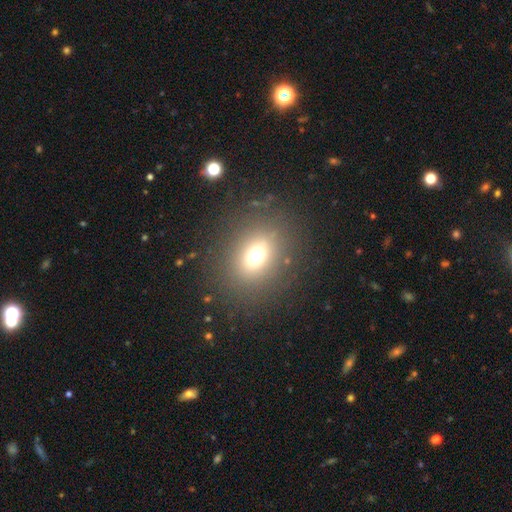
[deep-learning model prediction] A smooth galaxy with no disk features (65%) that is round (55%).

Vote fractions:
- Smooth or featured? smooth: 65% / star or artifact: 21% / featured or disk: 13%
- How rounded? round: 55% / in between: 43% / cigar-shaped: 2%
- Merging? none: 82% / minor disturbance: 9% / major disturbance: 7% / merger: 2%